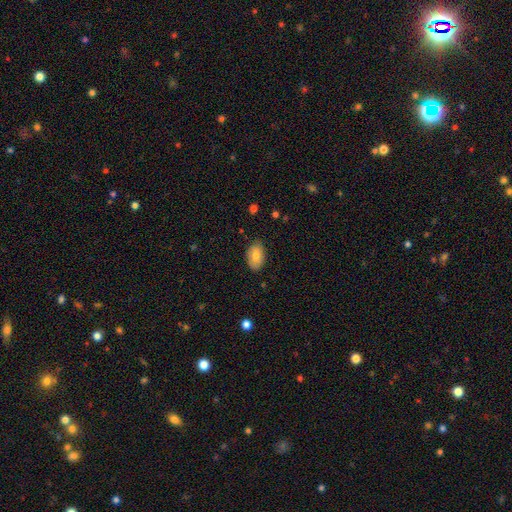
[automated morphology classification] smooth 75%, featured or disk 18%, star or artifact 7%. Down the decision tree: how rounded — in between (91%); merging — none (81%).